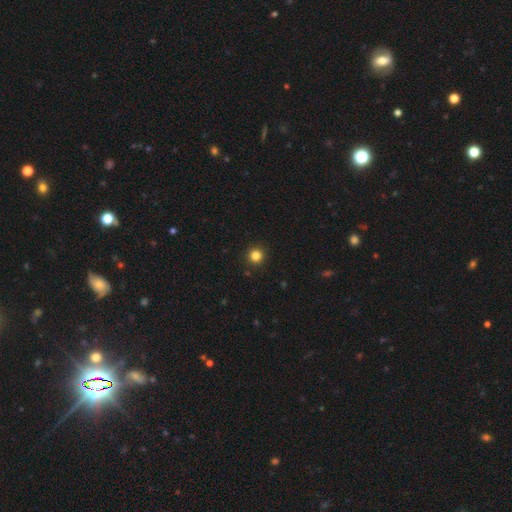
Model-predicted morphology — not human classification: Smooth or featured? Predicted: smooth (p=0.83). How rounded? Predicted: round (p=0.95). Merging? Predicted: none (p=0.93).